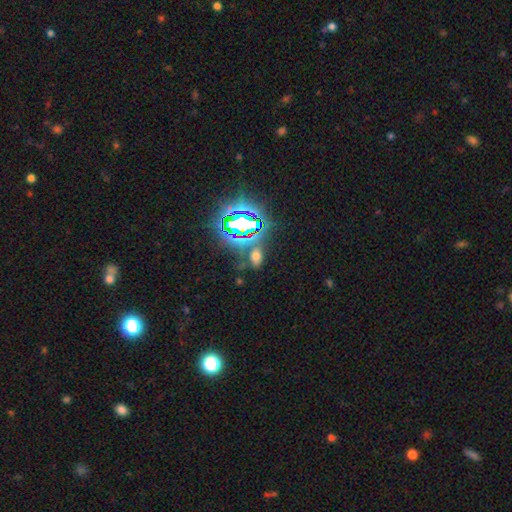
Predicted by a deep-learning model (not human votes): Smooth or featured? star or artifact (46%)